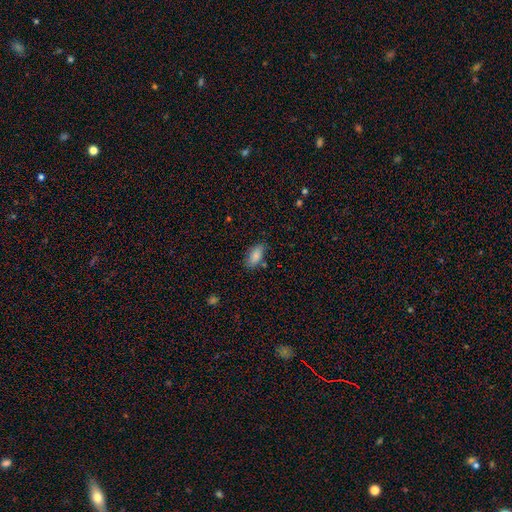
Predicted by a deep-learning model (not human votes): This is clearly a smooth galaxy (85%). How rounded: clearly in between (91%). Merging: likely none (75%).